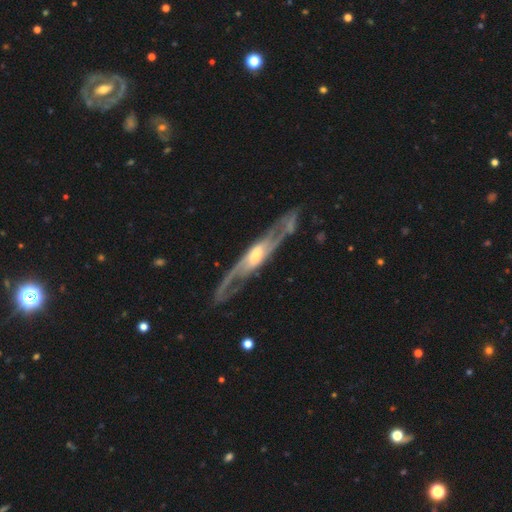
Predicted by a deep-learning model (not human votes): The model was most divided on "bar": no: 41%, weak: 39%, strong: 20%. Remaining: spiral arms — yes (94%); smooth or featured — featured or disk (89%); spiral arm count — 2 (86%); merging — none (76%); edge-on disk — no (66%); bulge size — moderate (58%); spiral winding — medium (49%).